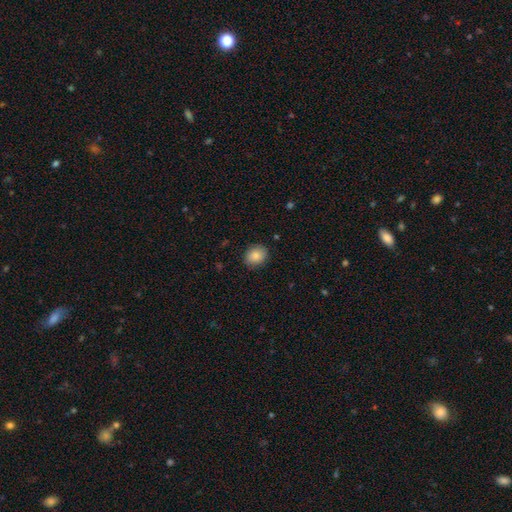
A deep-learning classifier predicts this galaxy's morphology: This is clearly a smooth galaxy (85%). How rounded: possibly round (52%). Merging: clearly none (87%).